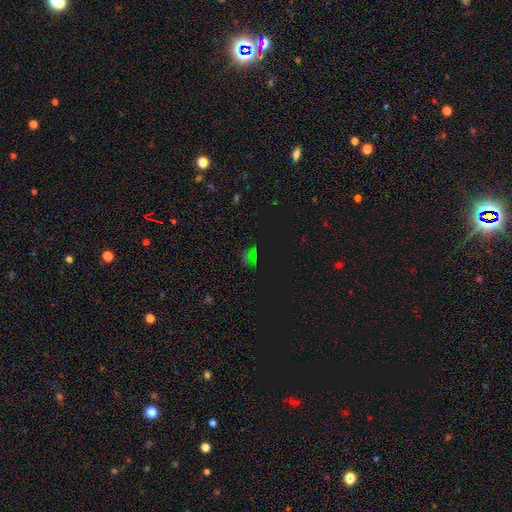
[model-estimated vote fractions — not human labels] star or artifact 64%, smooth 26%, featured or disk 9%.